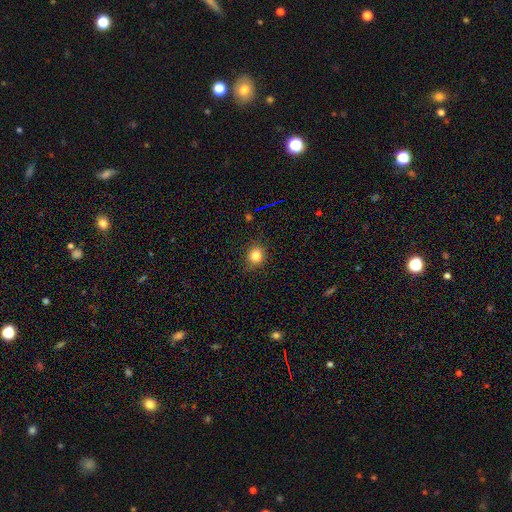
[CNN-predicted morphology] Overall: smooth (82%). How rounded: round (80%). Merging: none (85%).